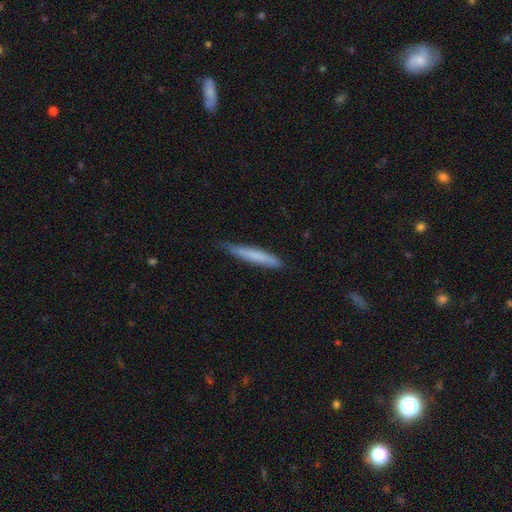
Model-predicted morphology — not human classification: This appears to be a smooth galaxy with no disk features (72%) that is cigar-shaped (94%). Merging: none (75%).